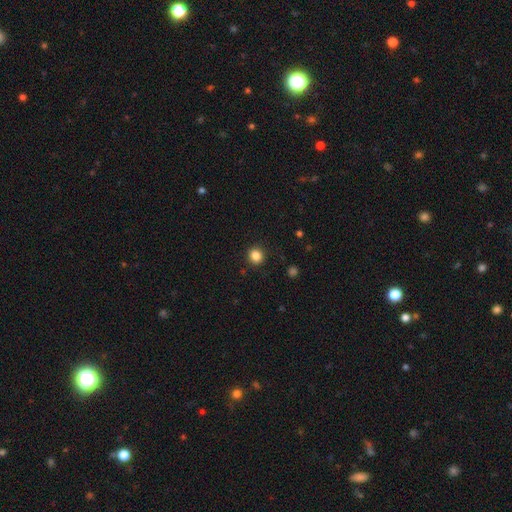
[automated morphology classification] type=smooth (84%); roundness=round (92%); merging=none (91%).